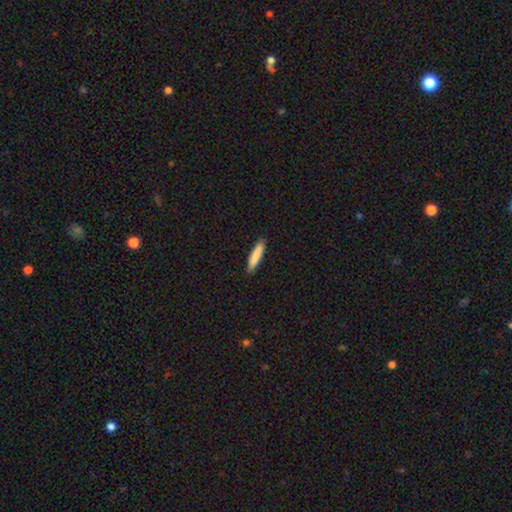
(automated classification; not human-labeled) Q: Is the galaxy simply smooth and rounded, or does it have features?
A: smooth — 86%.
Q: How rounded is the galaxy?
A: cigar-shaped — 87%.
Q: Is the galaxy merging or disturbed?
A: none — 89%.